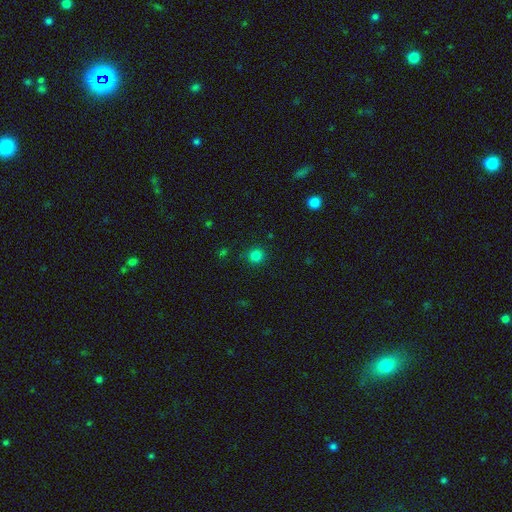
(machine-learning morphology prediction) Smooth or featured? Predicted: smooth (p=0.81). How rounded? Predicted: round (p=0.92). Merging? Predicted: none (p=0.89).